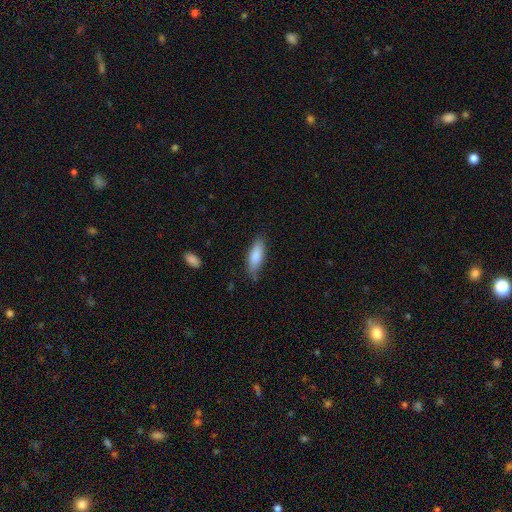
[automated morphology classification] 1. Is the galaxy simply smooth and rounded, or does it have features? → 84% smooth, 10% featured or disk, 6% star or artifact.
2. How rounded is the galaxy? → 59% in between, 39% cigar-shaped, 2% round.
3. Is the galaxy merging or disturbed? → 70% none, 23% minor disturbance, 4% major disturbance, 2% merger.